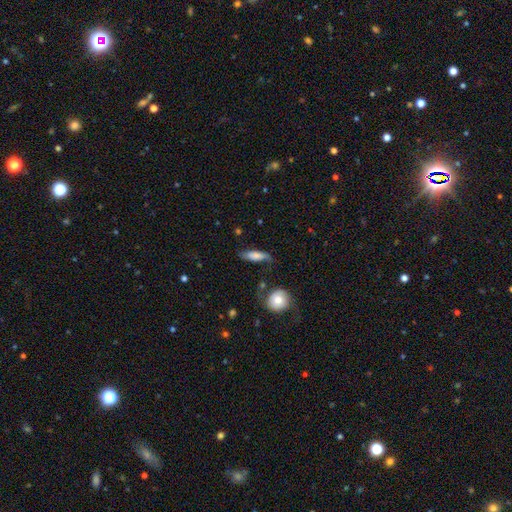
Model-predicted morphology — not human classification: type=smooth (66%); roundness=cigar-shaped (50%); merging=none (58%).